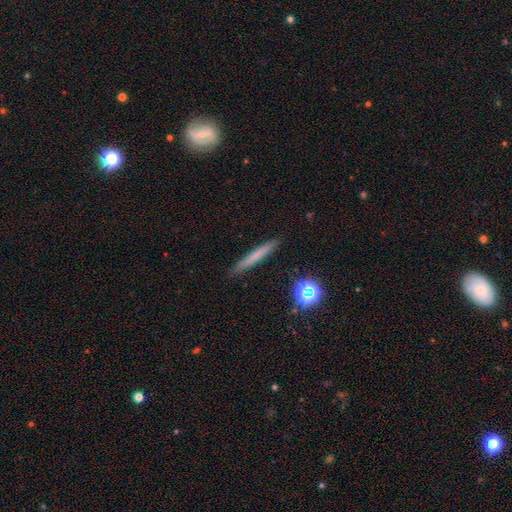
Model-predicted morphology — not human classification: The model was most divided on "smooth or featured": smooth: 65%, featured or disk: 25%, star or artifact: 10%. More confident: how rounded — cigar-shaped (95%); merging — none (91%).